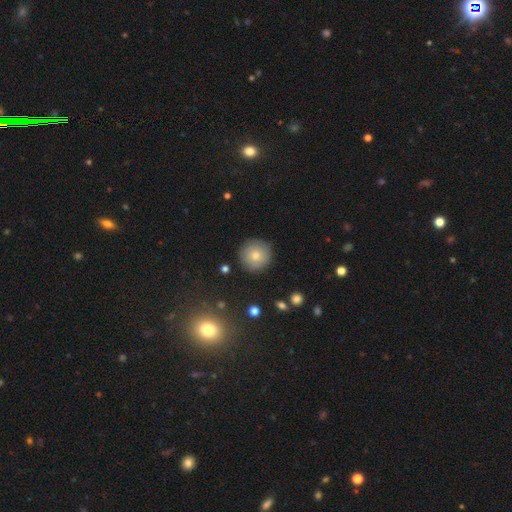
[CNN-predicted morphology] Smooth or featured: smooth — 76% (featured or disk — 15%)
How rounded: round — 96% (in between — 4%)
Merging: none — 89% (minor disturbance — 8%)